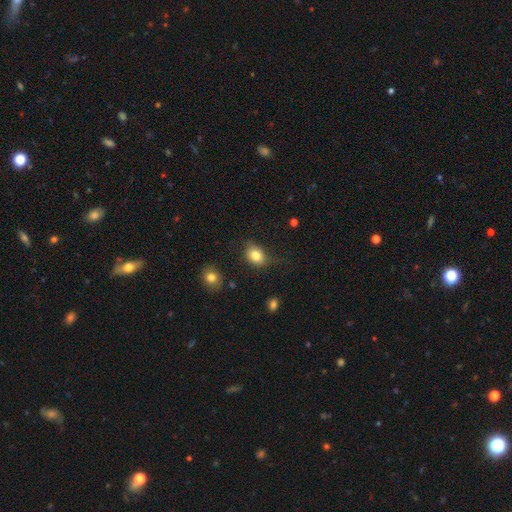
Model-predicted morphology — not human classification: The model was most divided on "how rounded": in between: 59%, round: 40%, cigar-shaped: 1%. More confident: smooth or featured — smooth (81%); merging — none (60%).